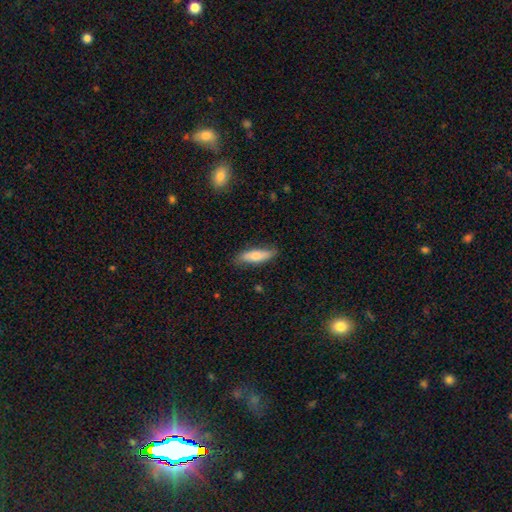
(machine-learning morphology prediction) The model was most divided on "how rounded": cigar-shaped: 51%, in between: 47%, round: 2%. More confident: merging — none (80%); smooth or featured — smooth (75%).